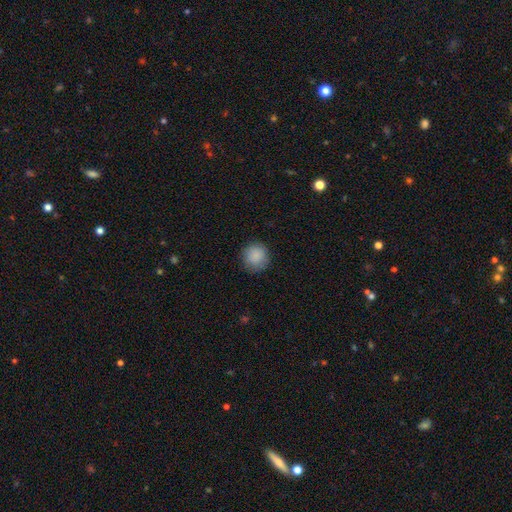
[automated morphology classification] Overall: smooth (87%). How rounded: round (92%). Merging: none (84%).